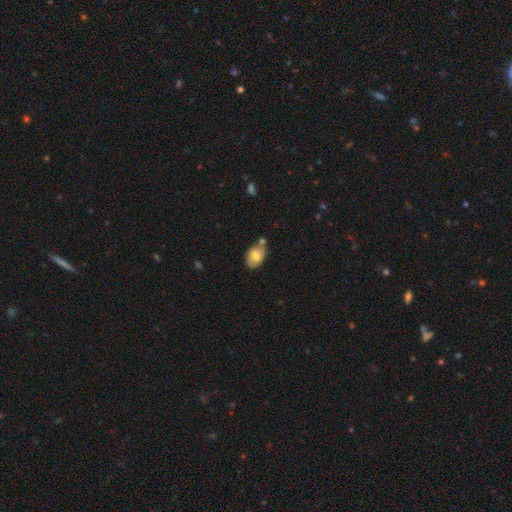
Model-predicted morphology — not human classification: type=smooth (72%); roundness=in between (86%); merging=none (60%).